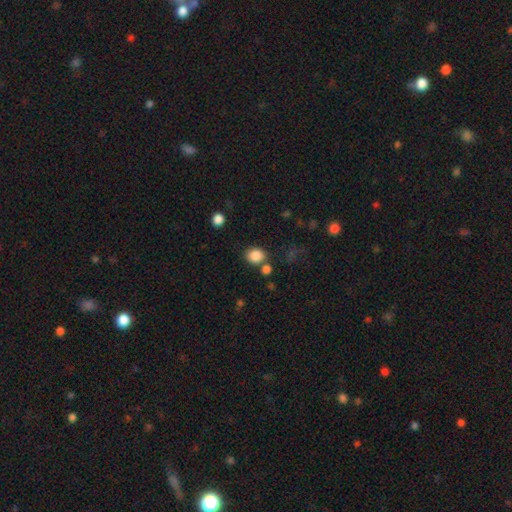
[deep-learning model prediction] The model was most divided on "how rounded": round: 61%, in between: 38%, cigar-shaped: 1%. More confident: smooth or featured — smooth (86%); merging — none (73%).